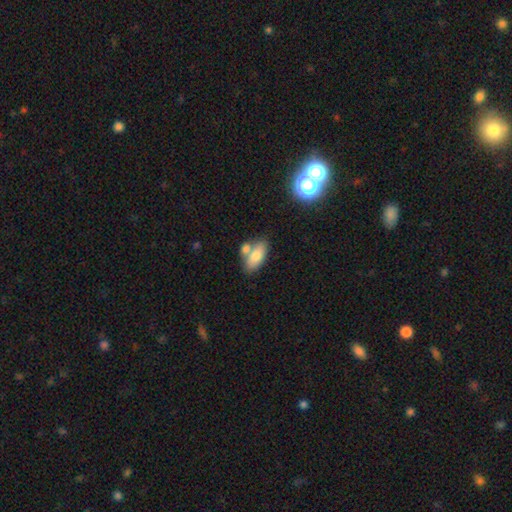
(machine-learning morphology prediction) Smooth or featured? smooth (76%)
How rounded? in between (88%)
Merging? none (52%)